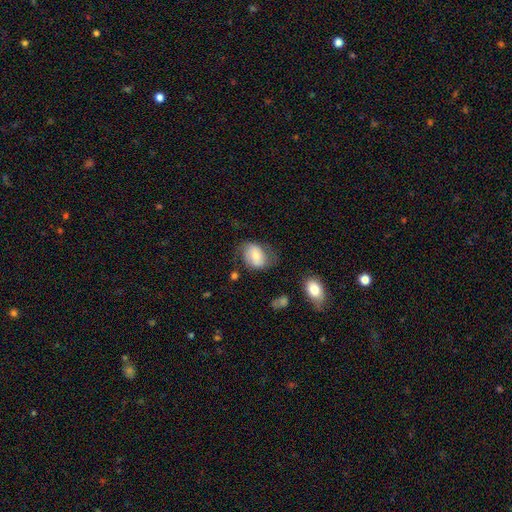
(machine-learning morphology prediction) Q: Smooth or featured?
A: smooth (60%); runner-up: featured or disk (32%)
Q: How rounded?
A: in between (69%); runner-up: round (30%)
Q: Merging?
A: none (56%); runner-up: minor disturbance (28%)